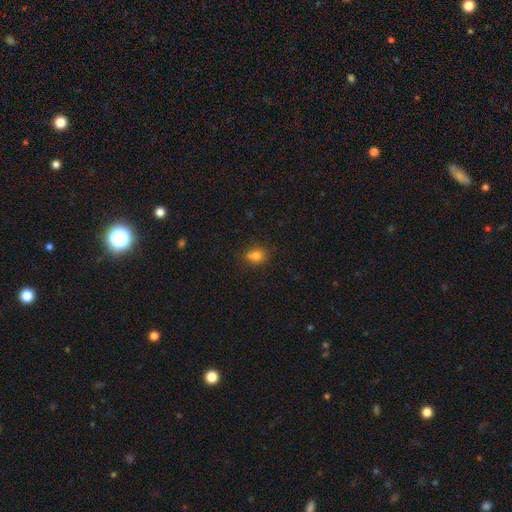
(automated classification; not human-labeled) smooth 79%, star or artifact 13%, featured or disk 8%. Down the decision tree: how rounded — round (61%); merging — none (63%).